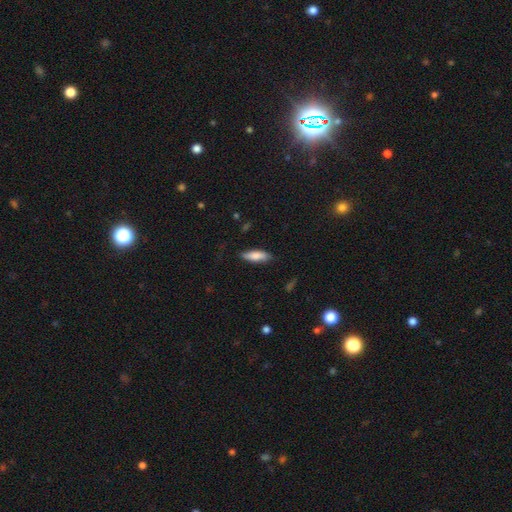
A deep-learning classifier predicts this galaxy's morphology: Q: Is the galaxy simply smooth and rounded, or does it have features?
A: smooth — 81%.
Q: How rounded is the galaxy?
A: in between — 56%.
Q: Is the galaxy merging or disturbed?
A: none — 81%.